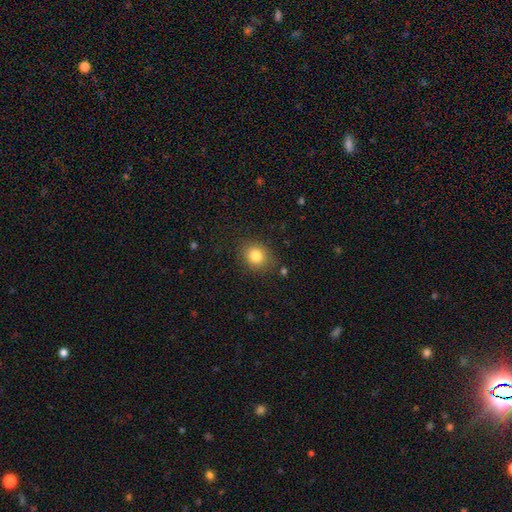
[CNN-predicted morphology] A smooth galaxy with no disk features (82%) that is round (66%).

Vote fractions:
- Smooth or featured? smooth: 82% / star or artifact: 10% / featured or disk: 7%
- How rounded? round: 66% / in between: 33% / cigar-shaped: 1%
- Merging? none: 83% / minor disturbance: 12% / major disturbance: 3% / merger: 2%